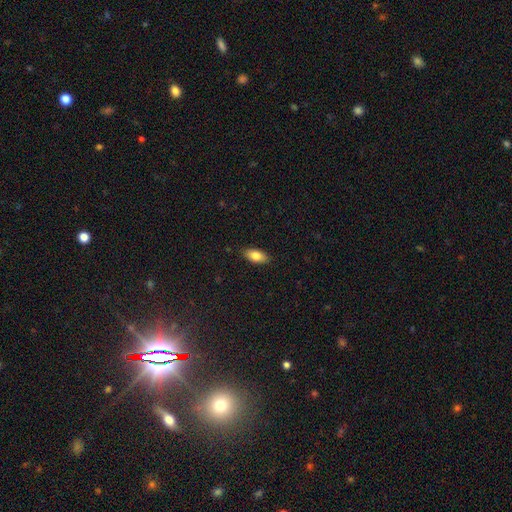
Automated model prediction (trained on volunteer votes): This appears to be a smooth galaxy with no disk features (83%) that is in between round and cigar-shaped (89%). Merging: none (87%).